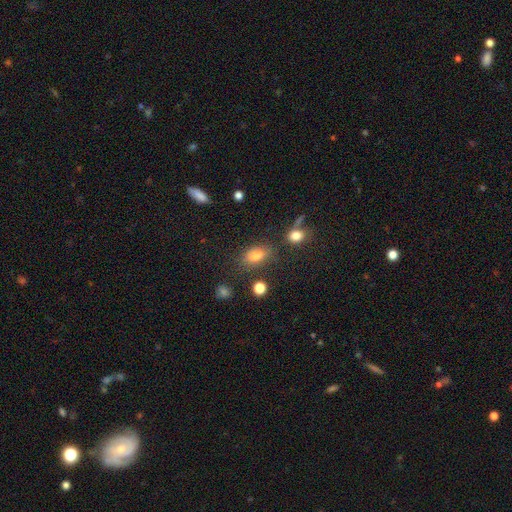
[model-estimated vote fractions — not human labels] smooth 77%, star or artifact 12%, featured or disk 11%. Down the decision tree: how rounded — in between (84%); merging — none (71%).